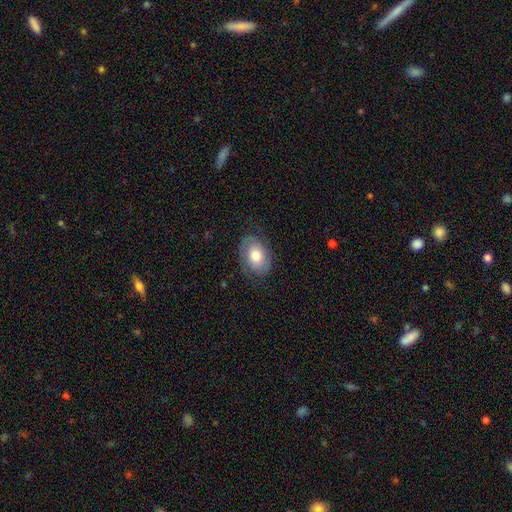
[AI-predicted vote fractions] Overall: featured or disk (47%; smooth 46%). Merging: none (75%).